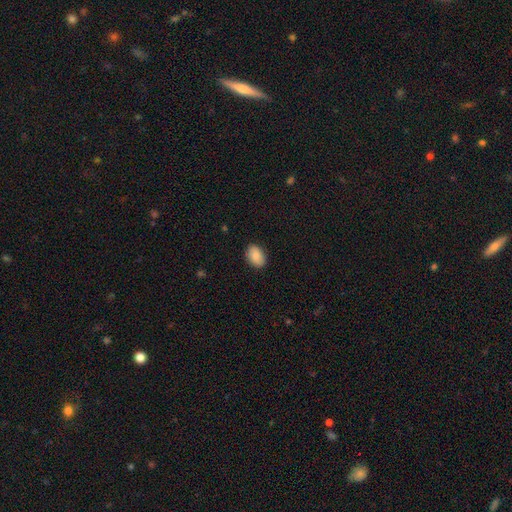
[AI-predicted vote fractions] smooth_or_featured: smooth (p=0.86) [alt: star or artifact p=0.07]
how_rounded: in between (p=0.87) [alt: round p=0.12]
merging: none (p=0.88) [alt: minor disturbance p=0.09]